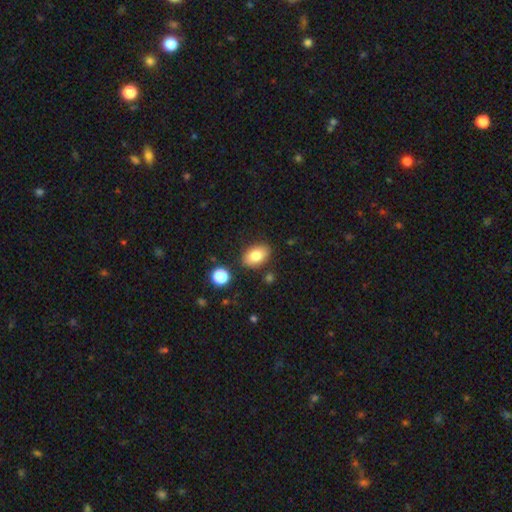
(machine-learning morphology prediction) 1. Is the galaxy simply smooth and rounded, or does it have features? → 82% smooth, 10% featured or disk, 8% star or artifact.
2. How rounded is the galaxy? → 88% in between, 11% round, 1% cigar-shaped.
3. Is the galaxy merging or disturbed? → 83% none, 11% minor disturbance, 4% merger, 3% major disturbance.